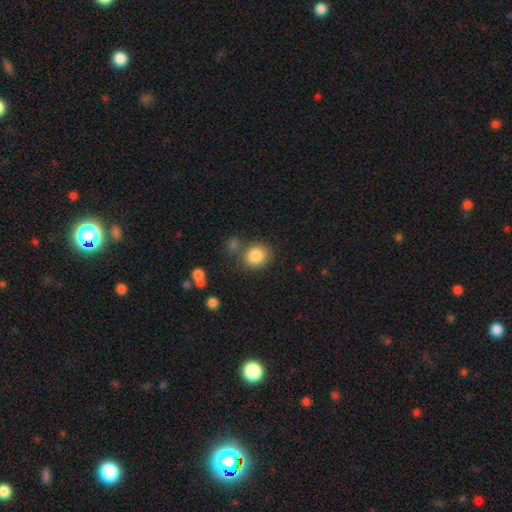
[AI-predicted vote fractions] A smooth galaxy with no disk features (84%) that is round (76%).

Vote fractions:
- Smooth or featured? smooth: 84% / star or artifact: 10% / featured or disk: 6%
- How rounded? round: 76% / in between: 23% / cigar-shaped: 1%
- Merging? none: 70% / merger: 13% / minor disturbance: 12% / major disturbance: 5%